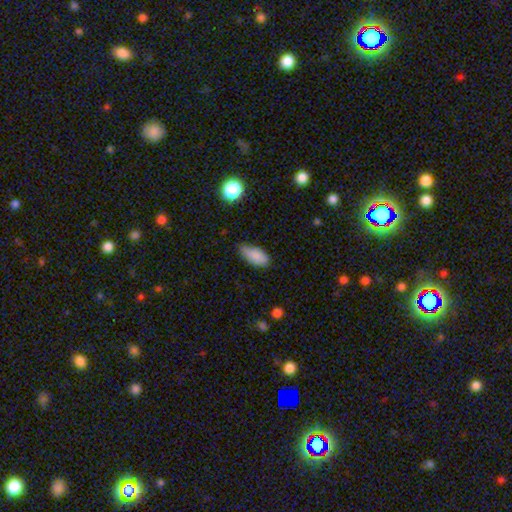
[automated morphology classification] A smooth galaxy with no disk features (86%) that is in between round and cigar-shaped (89%). Merging: none (61%).